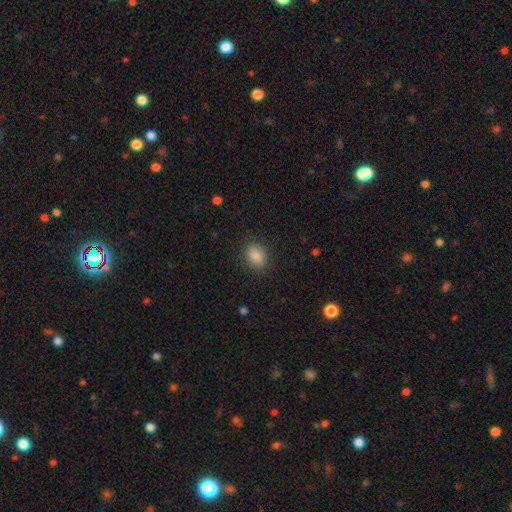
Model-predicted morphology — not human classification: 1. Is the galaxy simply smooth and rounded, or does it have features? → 88% smooth, 8% star or artifact, 3% featured or disk.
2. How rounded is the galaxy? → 75% in between, 24% round, 1% cigar-shaped.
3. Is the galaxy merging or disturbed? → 87% none, 9% minor disturbance, 3% major disturbance, 1% merger.